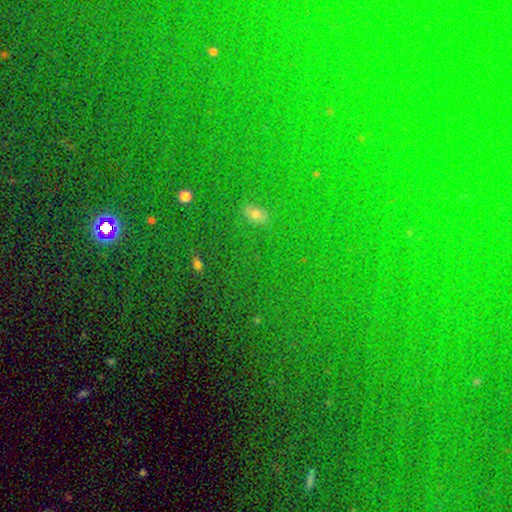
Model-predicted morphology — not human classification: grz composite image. It shows a star or artifact, not a galaxy (77%).